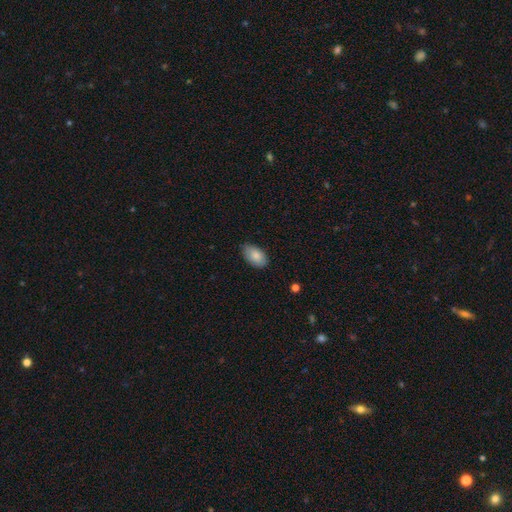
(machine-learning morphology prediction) smooth_or_featured: smooth (p=0.85) [alt: featured or disk p=0.09]
how_rounded: in between (p=0.94) [alt: round p=0.05]
merging: none (p=0.77) [alt: minor disturbance p=0.19]